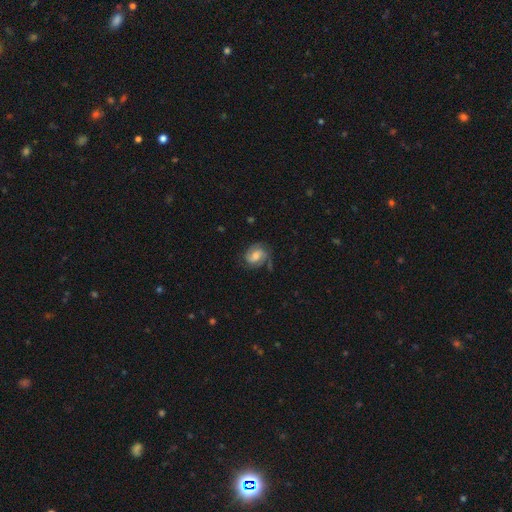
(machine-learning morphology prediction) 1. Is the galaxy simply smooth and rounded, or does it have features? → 62% featured or disk, 29% smooth, 8% star or artifact.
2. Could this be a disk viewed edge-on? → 97% no, 3% yes.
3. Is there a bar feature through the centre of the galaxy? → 45% no, 44% weak, 11% strong.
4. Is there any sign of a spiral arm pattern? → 91% yes, 9% no.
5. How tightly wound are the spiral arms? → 43% medium, 40% tight, 17% loose.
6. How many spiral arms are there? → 65% 2, 15% can't tell, 9% 3, 6% 1, 2% 4, 2% more than 4.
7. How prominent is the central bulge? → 48% moderate, 28% small, 15% large, 8% none, 2% dominant.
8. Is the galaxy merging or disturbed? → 63% none, 23% minor disturbance, 12% major disturbance, 2% merger.